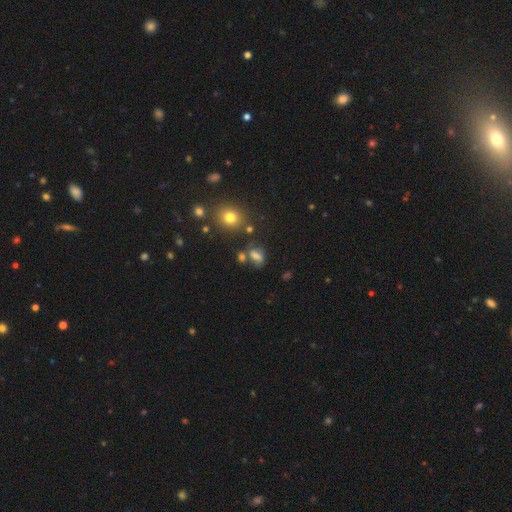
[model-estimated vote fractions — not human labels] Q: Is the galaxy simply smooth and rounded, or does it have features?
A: smooth — 62%.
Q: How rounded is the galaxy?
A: in between — 74%.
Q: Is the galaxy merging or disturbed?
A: none — 55%.